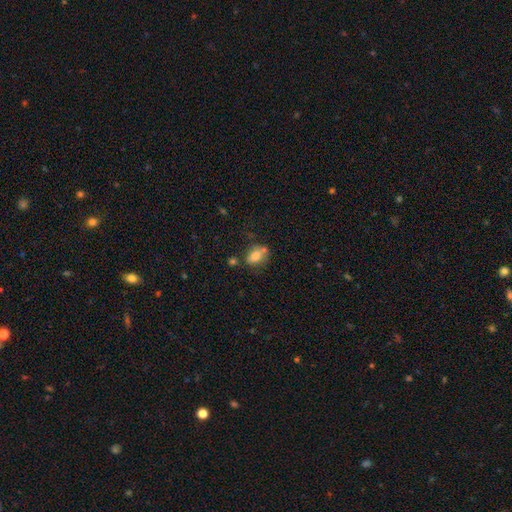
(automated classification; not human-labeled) Smooth or featured? smooth (74%)
How rounded? in between (73%)
Merging? none (45%)